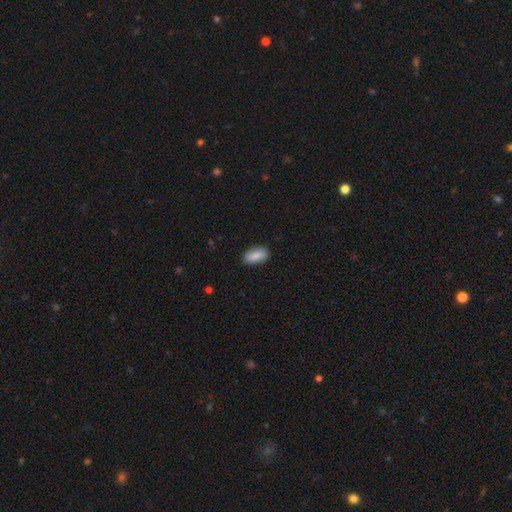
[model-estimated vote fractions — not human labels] This appears to be a smooth galaxy with no disk features (78%) that is in between round and cigar-shaped (90%). Merging: none (84%).